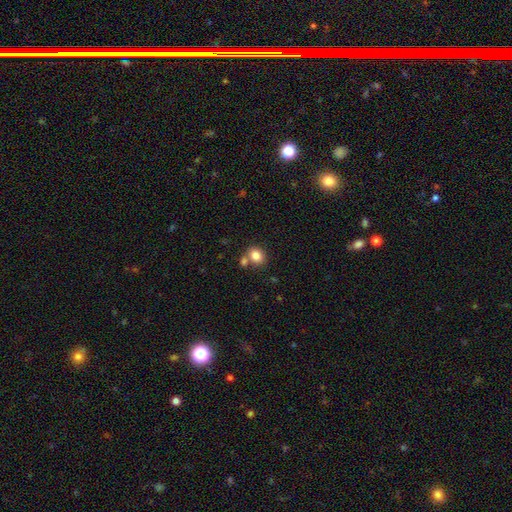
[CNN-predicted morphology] Smooth or featured? Predicted: smooth (p=0.82). How rounded? Predicted: round (p=0.53). Merging? Predicted: none (p=0.62).